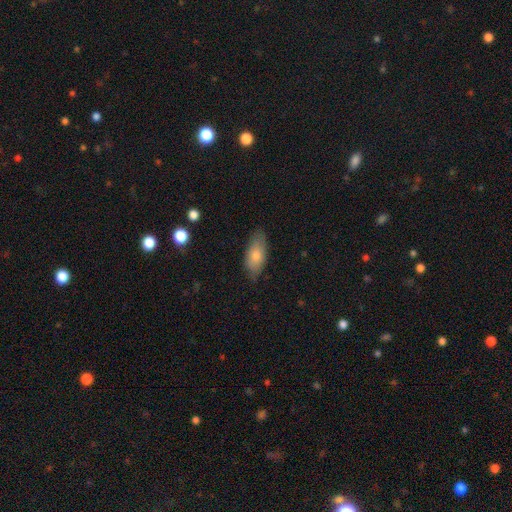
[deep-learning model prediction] smooth-or-featured: smooth: 73% | featured or disk: 20% | star or artifact: 7%
  how-rounded: in between: 83% | cigar-shaped: 13% | round: 3%
  merging: none: 79% | minor disturbance: 16% | major disturbance: 3% | merger: 1%